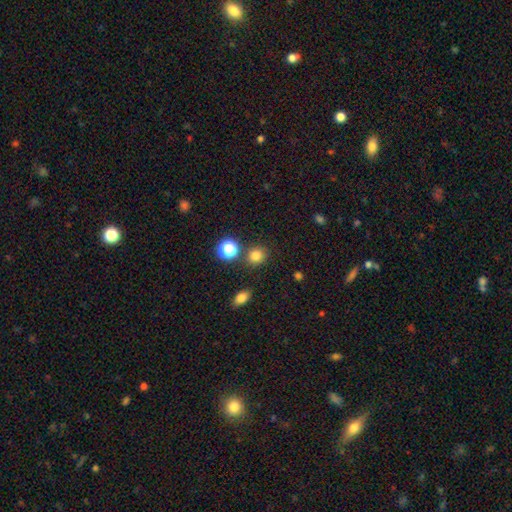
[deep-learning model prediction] Smooth or featured? smooth (79%)
How rounded? round (80%)
Merging? none (81%)